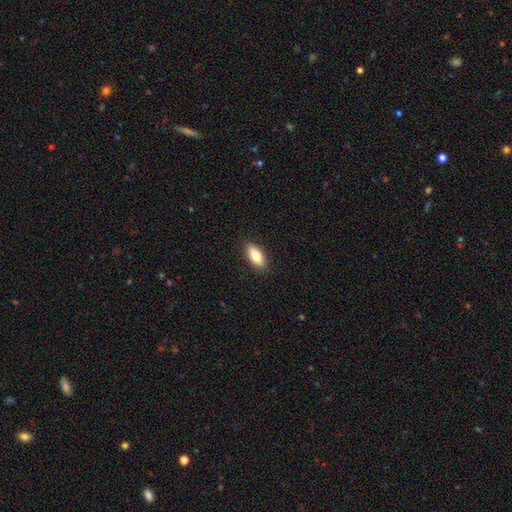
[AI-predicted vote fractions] Smooth or featured? Predicted: smooth (p=0.80). How rounded? Predicted: in between (p=0.87). Merging? Predicted: none (p=0.89).